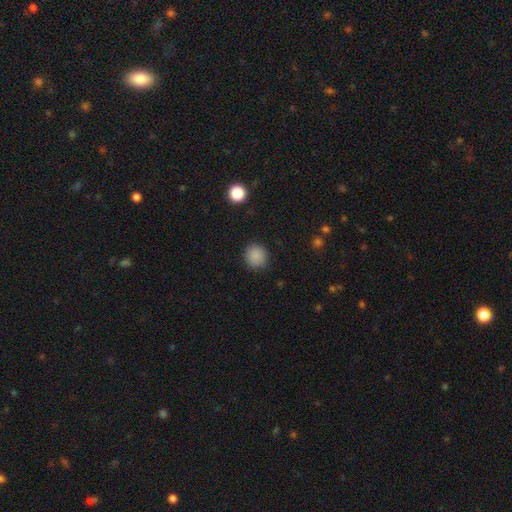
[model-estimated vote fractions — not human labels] smooth 87%, star or artifact 10%, featured or disk 3%. Down the decision tree: how rounded — round (91%); merging — none (89%).